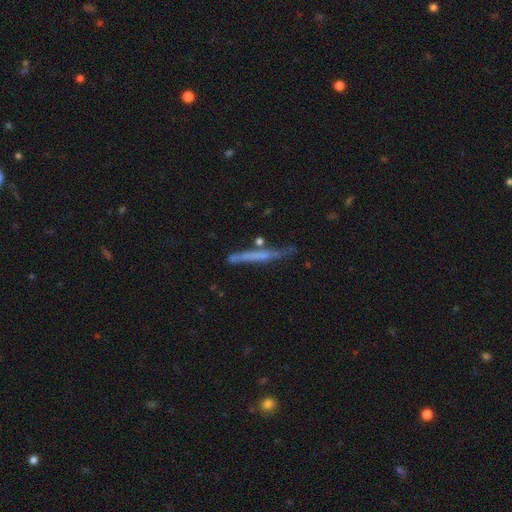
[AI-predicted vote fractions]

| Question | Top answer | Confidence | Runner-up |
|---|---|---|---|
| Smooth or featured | featured or disk | 49% | smooth (44%) |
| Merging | none | 69% | minor disturbance (20%) |